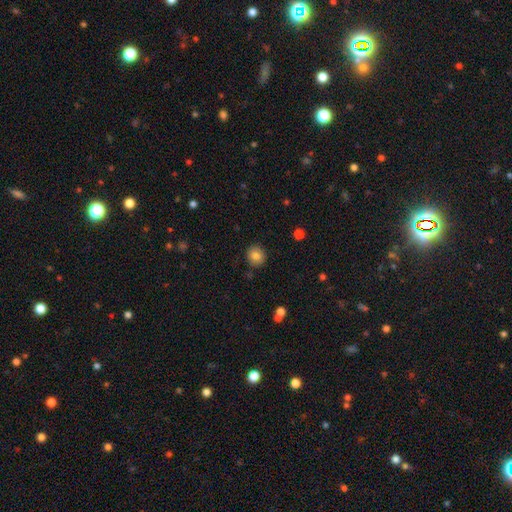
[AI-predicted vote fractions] A smooth galaxy with no disk features (82%) that is round (87%). Merging: none (88%).